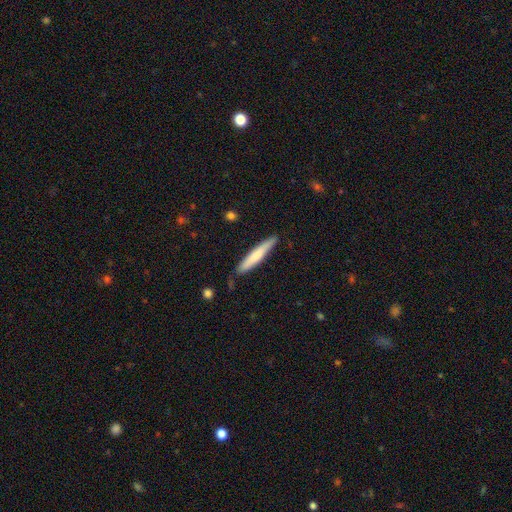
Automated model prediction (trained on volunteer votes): Overall: smooth (68%). How rounded: cigar-shaped (94%). Merging: none (84%).